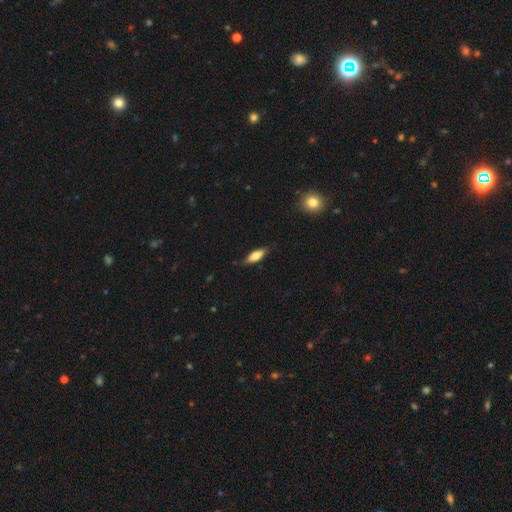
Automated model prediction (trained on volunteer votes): Smooth or featured? smooth (74%)
How rounded? in between (63%)
Merging? none (80%)